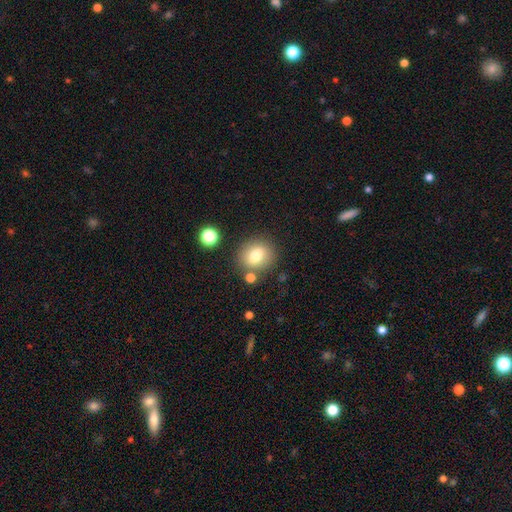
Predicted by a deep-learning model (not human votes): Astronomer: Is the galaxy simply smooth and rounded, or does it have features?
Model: smooth — 75%.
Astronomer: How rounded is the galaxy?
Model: round — 71%.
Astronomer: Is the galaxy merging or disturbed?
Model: none — 78%.